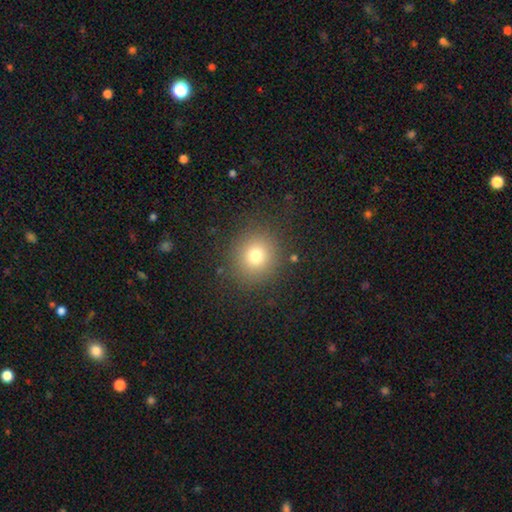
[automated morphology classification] Smooth or featured: smooth — 74% (star or artifact — 16%)
How rounded: round — 87% (in between — 12%)
Merging: none — 87% (minor disturbance — 8%)